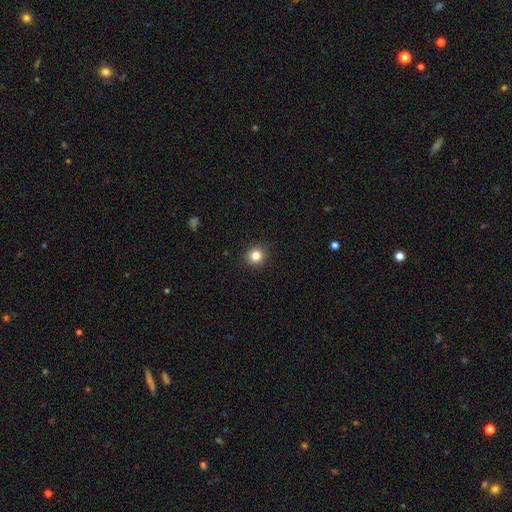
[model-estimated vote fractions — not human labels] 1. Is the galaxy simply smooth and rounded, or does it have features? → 82% smooth, 12% star or artifact, 6% featured or disk.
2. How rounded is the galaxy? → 90% round, 9% in between, 1% cigar-shaped.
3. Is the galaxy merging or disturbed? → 92% none, 5% minor disturbance, 2% major disturbance, 1% merger.